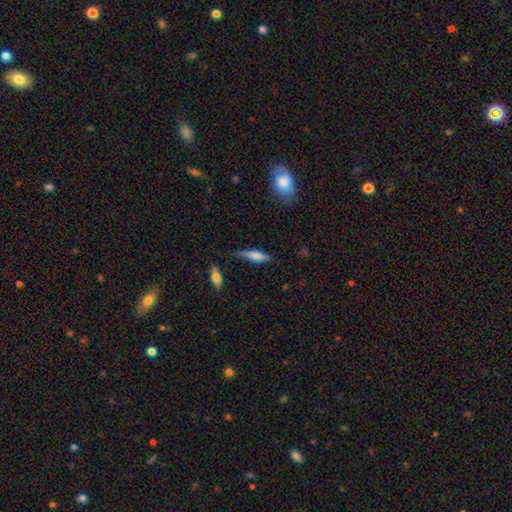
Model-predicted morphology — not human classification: A smooth galaxy with no disk features (63%) that is cigar-shaped (67%). Merging: none (63%).